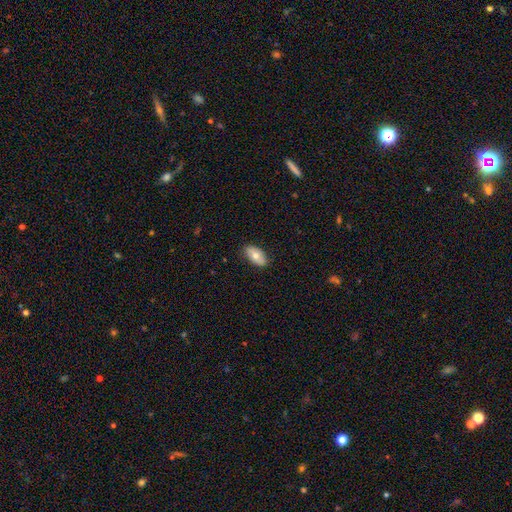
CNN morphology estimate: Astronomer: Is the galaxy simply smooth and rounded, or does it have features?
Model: smooth — 70%.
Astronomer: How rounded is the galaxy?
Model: in between — 93%.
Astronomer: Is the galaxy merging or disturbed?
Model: none — 85%.